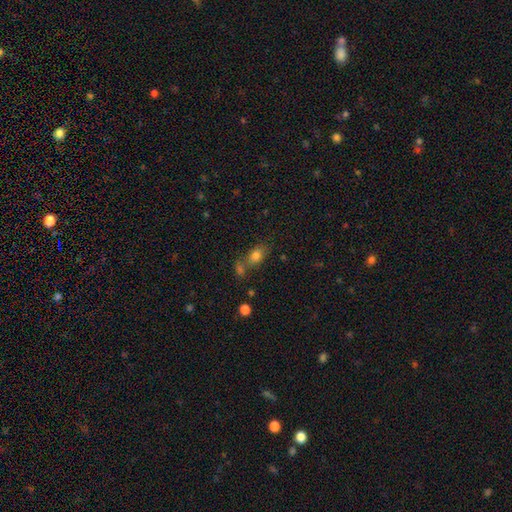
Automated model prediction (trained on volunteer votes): Overall: smooth (78%). How rounded: in between (75%). Merging: none (53%; merger 27%).